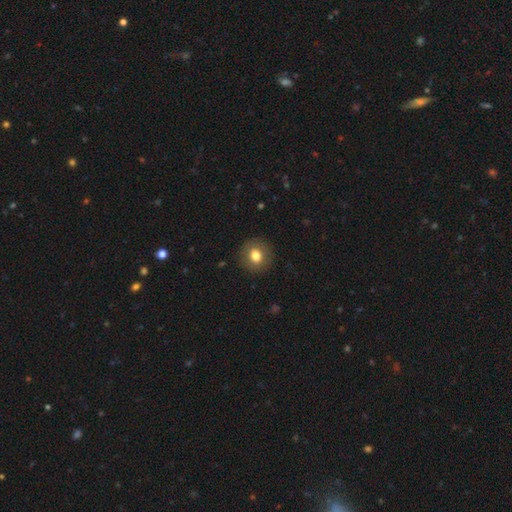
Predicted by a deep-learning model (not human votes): Smooth or featured: smooth — 78% (featured or disk — 13%)
How rounded: round — 83% (in between — 16%)
Merging: none — 89% (minor disturbance — 7%)